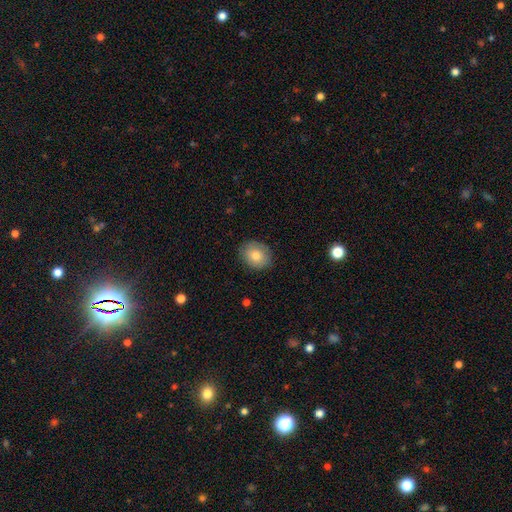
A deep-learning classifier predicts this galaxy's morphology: A smooth galaxy with no disk features (82%) that is round (58%). Merging: none (86%).